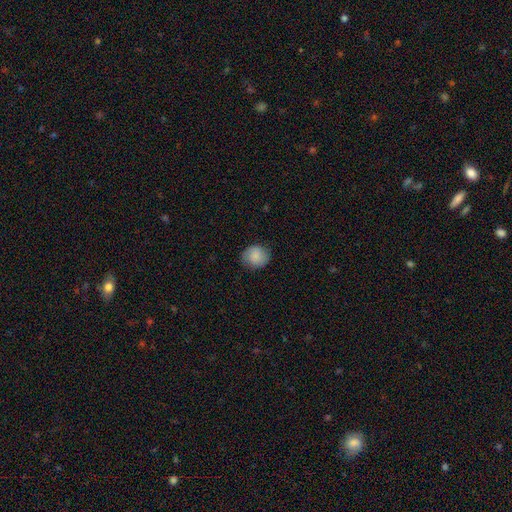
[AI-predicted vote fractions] Q: Smooth or featured?
A: smooth (80%); runner-up: featured or disk (13%)
Q: How rounded?
A: round (78%); runner-up: in between (21%)
Q: Merging?
A: none (81%); runner-up: minor disturbance (14%)